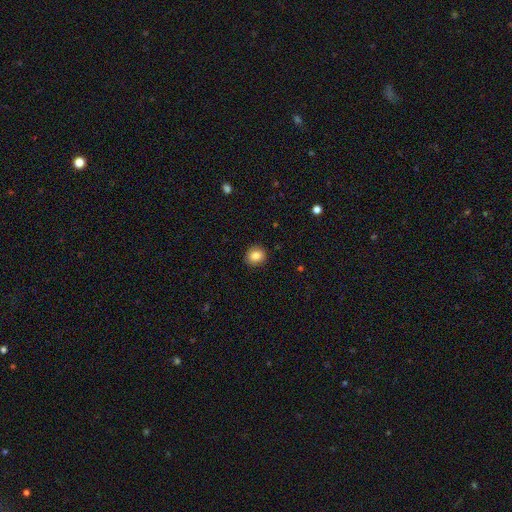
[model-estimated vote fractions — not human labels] Morphology: type=smooth (84%); roundness=round (79%); merging=none (89%).